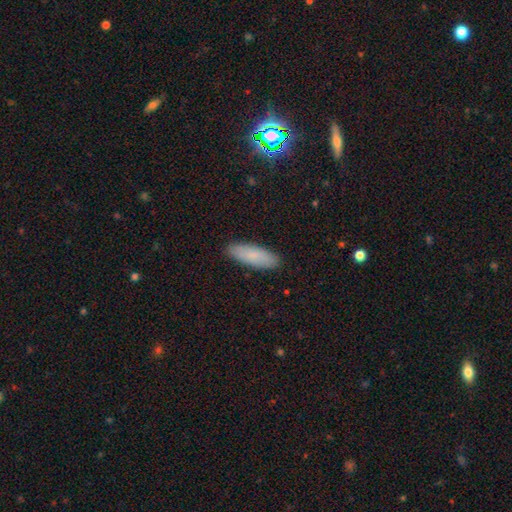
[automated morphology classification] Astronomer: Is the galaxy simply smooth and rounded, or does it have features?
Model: smooth — 83%.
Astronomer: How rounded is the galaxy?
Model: in between — 53% (runner-up: cigar-shaped, 45%).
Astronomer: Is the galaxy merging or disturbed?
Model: none — 90%.